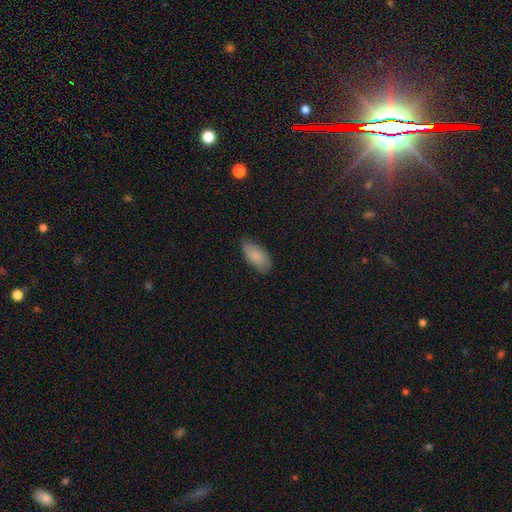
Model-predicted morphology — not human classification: The model was most divided on "merging": none: 67%, minor disturbance: 27%, major disturbance: 5%, merger: 1%. More confident: how rounded — in between (93%); smooth or featured — smooth (79%).